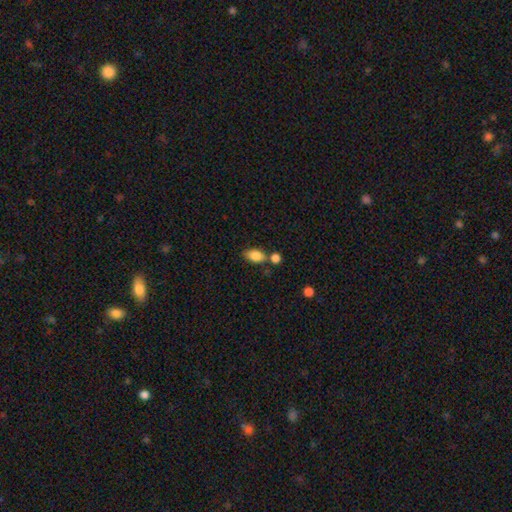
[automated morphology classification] This is clearly a smooth galaxy (84%). How rounded: clearly in between (88%). Merging: possibly none (55%).